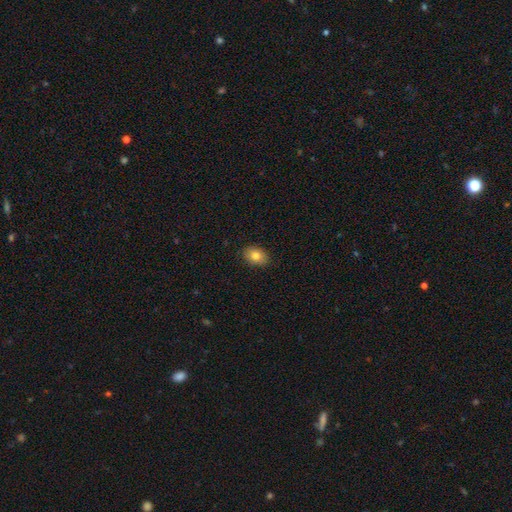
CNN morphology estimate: Smooth or featured? smooth (80%)
How rounded? in between (74%)
Merging? none (89%)